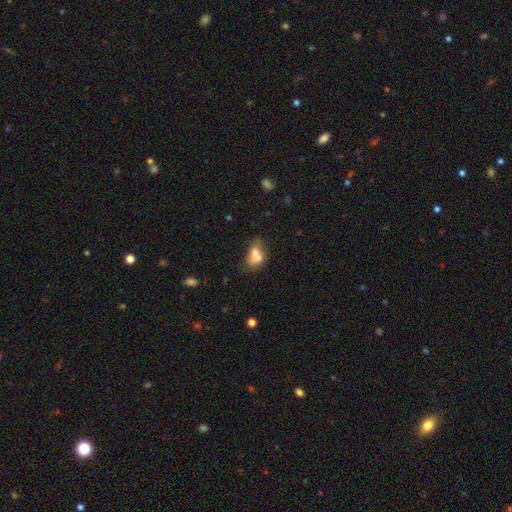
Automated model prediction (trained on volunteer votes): Smooth or featured?
  - smooth: 73% *
  - featured or disk: 16%
  - star or artifact: 11%
How rounded?
  - in between: 81% *
  - round: 15%
  - cigar-shaped: 4%
Merging?
  - none: 37% *
  - minor disturbance: 26%
  - merger: 24%
  - major disturbance: 13%